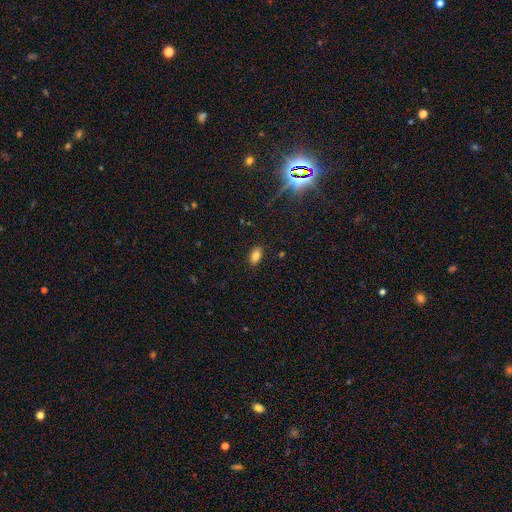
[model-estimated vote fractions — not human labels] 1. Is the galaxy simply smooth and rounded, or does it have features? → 82% smooth, 11% star or artifact, 7% featured or disk.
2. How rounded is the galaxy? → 90% in between, 6% round, 4% cigar-shaped.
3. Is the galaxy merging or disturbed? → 87% none, 10% minor disturbance, 2% major disturbance, 1% merger.